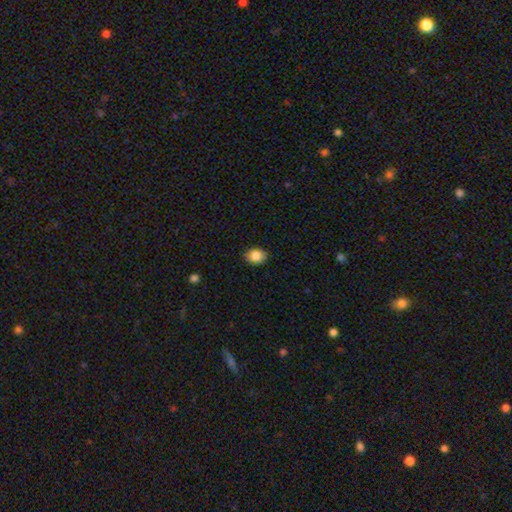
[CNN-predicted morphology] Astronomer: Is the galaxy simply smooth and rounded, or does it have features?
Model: smooth — 86%.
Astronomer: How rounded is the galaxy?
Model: in between — 57% (runner-up: round, 42%).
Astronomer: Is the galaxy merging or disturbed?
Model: none — 87%.